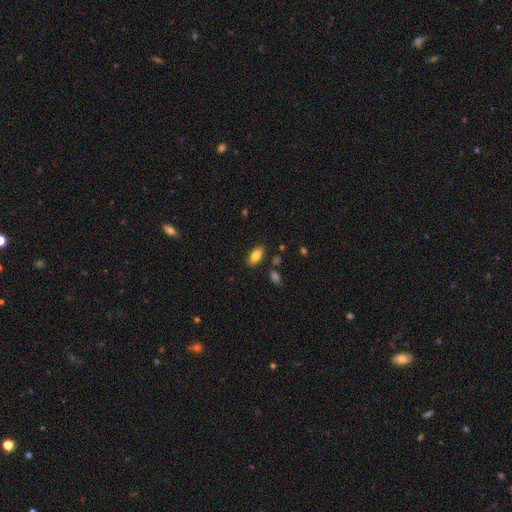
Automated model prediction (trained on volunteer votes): smooth_or_featured: smooth (p=0.80) [alt: featured or disk p=0.12]
how_rounded: in between (p=0.89) [alt: cigar-shaped p=0.08]
merging: none (p=0.84) [alt: minor disturbance p=0.10]